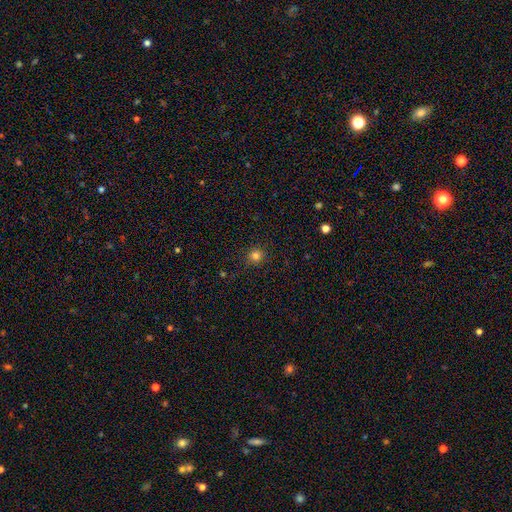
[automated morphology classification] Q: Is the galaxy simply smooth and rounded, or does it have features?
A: smooth — 81%.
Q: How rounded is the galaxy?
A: round — 91%.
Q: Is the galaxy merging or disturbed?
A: none — 88%.